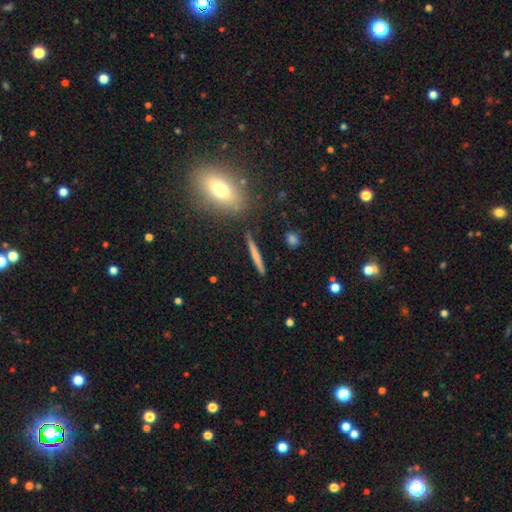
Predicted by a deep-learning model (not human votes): Smooth or featured: smooth — 59% (featured or disk — 33%)
How rounded: cigar-shaped — 94% (in between — 4%)
Merging: none — 89% (minor disturbance — 7%)